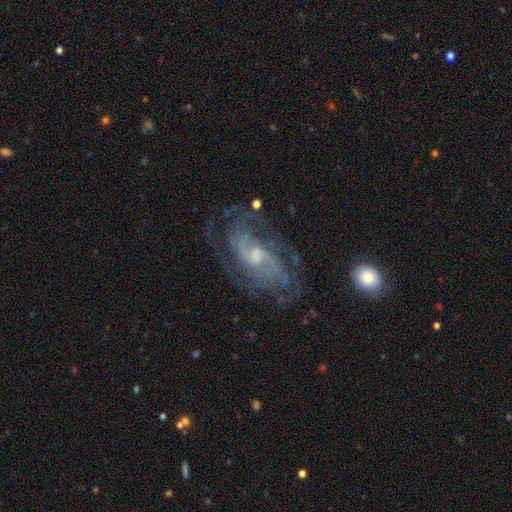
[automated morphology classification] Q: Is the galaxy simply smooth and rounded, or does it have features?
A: featured or disk — 85%.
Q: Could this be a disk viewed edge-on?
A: no — 96%.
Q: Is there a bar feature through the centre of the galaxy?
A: weak — 49%.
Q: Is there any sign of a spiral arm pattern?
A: yes — 94%.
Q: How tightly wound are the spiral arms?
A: medium — 48%.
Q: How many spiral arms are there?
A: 2 — 48%.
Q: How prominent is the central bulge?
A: small — 47%.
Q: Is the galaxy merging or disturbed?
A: none — 67%.